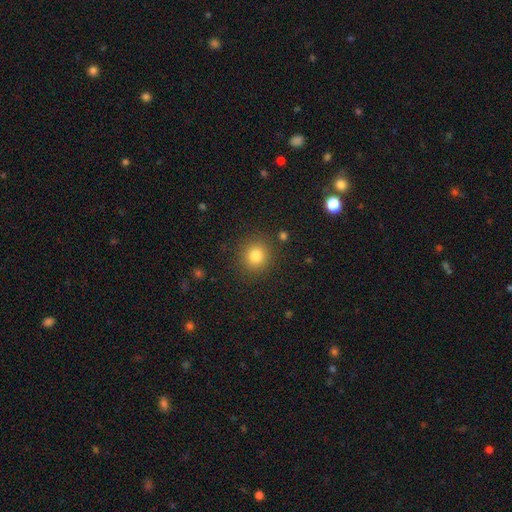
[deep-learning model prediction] Smooth or featured: smooth — 81% (star or artifact — 12%)
How rounded: round — 89% (in between — 10%)
Merging: none — 88% (minor disturbance — 7%)